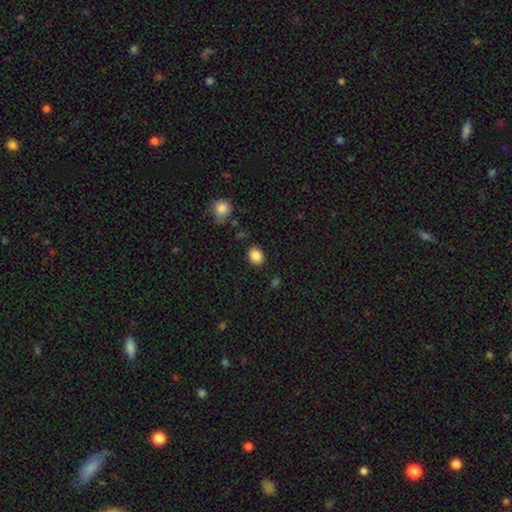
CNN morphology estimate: smooth-or-featured: smooth: 87% | star or artifact: 9% | featured or disk: 4%
  how-rounded: round: 58% | in between: 41% | cigar-shaped: 1%
  merging: none: 85% | minor disturbance: 10% | major disturbance: 3% | merger: 2%